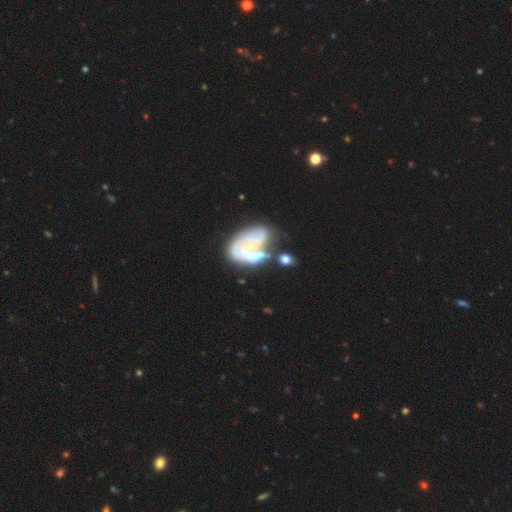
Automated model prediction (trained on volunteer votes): Smooth or featured: featured or disk — 75% (smooth — 17%)
Edge-on disk: no — 98% (yes — 2%)
Bar: no — 73% (weak — 21%)
Spiral arms: yes — 64% (no — 36%)
Bulge size: small — 50% (moderate — 27%)
Merging: merger — 31% (none — 27%)